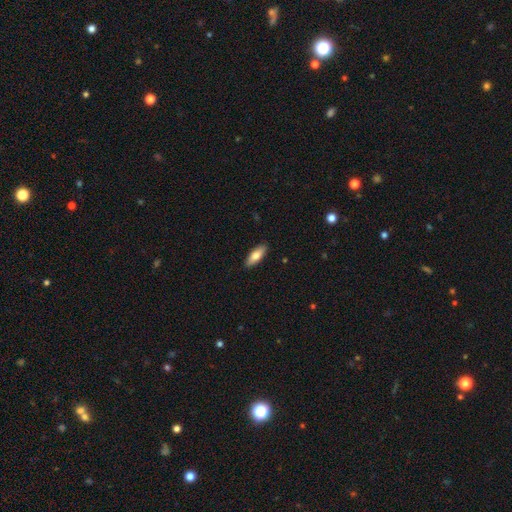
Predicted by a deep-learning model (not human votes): smooth 76%, featured or disk 18%, star or artifact 6%. Down the decision tree: how rounded — in between (67%); merging — none (90%).